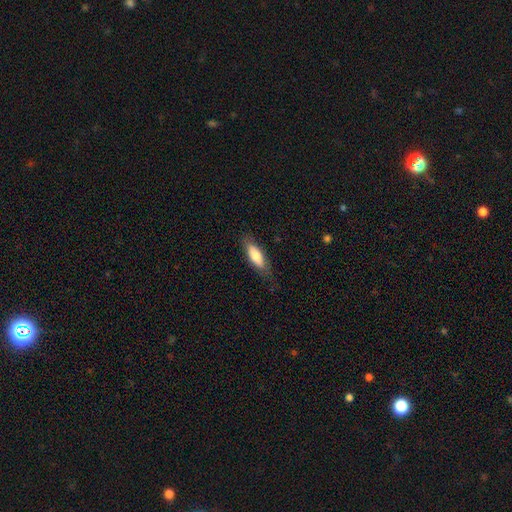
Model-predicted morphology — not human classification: type=smooth (74%); roundness=in between (61%); merging=none (74%).